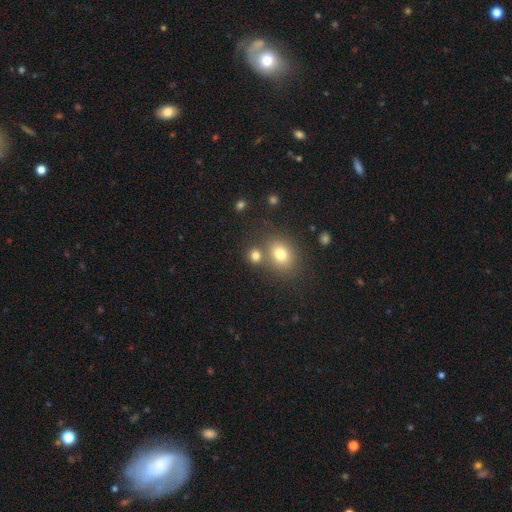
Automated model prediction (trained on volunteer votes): This appears to be a smooth galaxy with no disk features (77%) that is round (74%). Merging: none (62%).